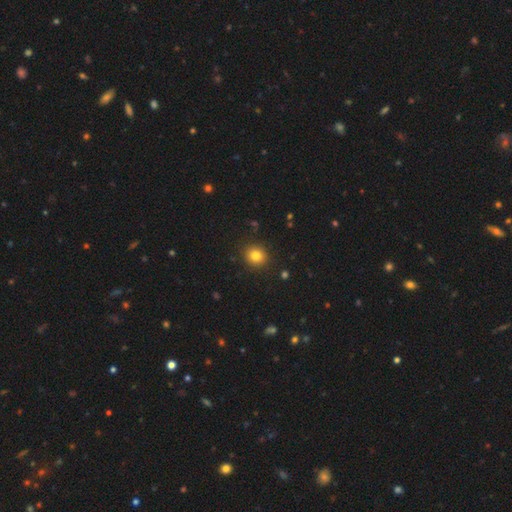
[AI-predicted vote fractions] This is clearly a smooth galaxy (81%). How rounded: clearly round (88%). Merging: clearly none (90%).